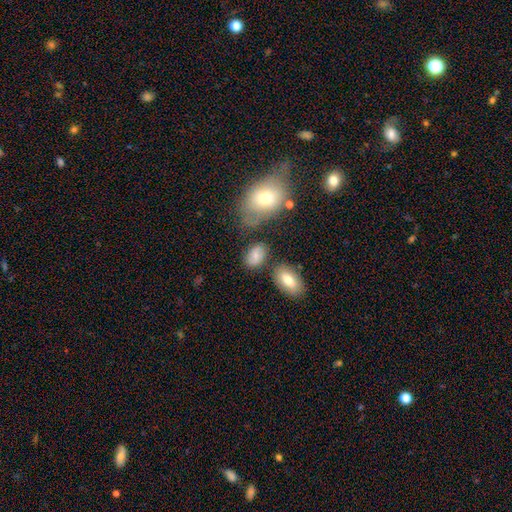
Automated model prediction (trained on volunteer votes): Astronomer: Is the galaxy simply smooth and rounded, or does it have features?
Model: smooth — 72%.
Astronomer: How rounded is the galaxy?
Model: in between — 83%.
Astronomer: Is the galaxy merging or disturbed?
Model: none — 68%.